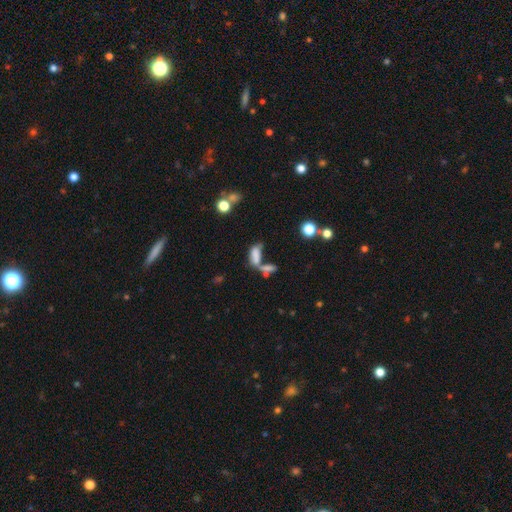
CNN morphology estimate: smooth 71%, featured or disk 16%, star or artifact 13%. Down the decision tree: how rounded — in between (75%); merging — merger (52%).